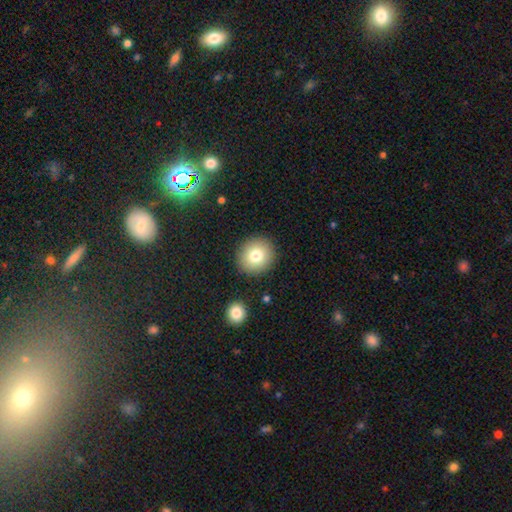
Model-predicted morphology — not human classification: A smooth galaxy with no disk features (79%) that is round (87%). Merging: none (89%).